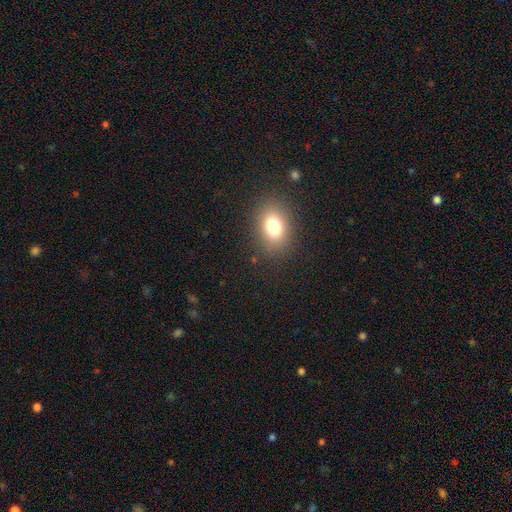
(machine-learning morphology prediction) This appears to be a smooth galaxy with no disk features (76%) that is in between round and cigar-shaped (65%). Merging: none (91%).